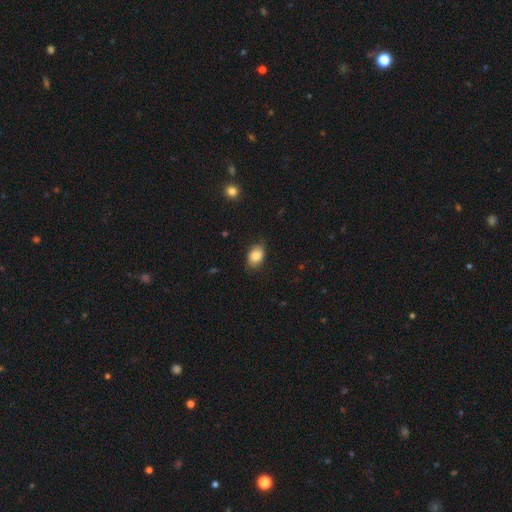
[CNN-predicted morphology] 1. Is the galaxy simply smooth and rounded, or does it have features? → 81% smooth, 11% featured or disk, 8% star or artifact.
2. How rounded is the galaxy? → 82% in between, 17% round, 1% cigar-shaped.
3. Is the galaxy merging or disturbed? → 78% none, 18% minor disturbance, 3% major disturbance, 1% merger.